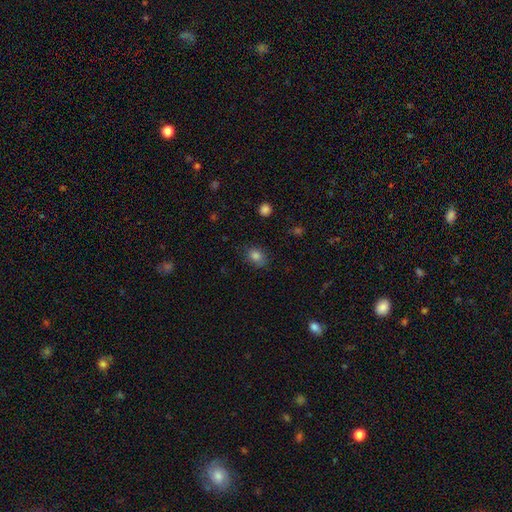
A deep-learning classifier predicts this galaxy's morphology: Q: Smooth or featured?
A: smooth (82%); runner-up: star or artifact (11%)
Q: How rounded?
A: in between (53%); runner-up: round (46%)
Q: Merging?
A: none (75%); runner-up: minor disturbance (19%)